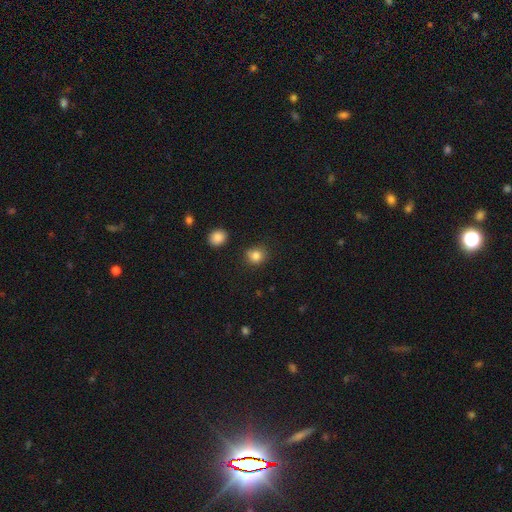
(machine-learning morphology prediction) This is clearly a smooth galaxy (84%). How rounded: clearly round (83%). Merging: clearly none (85%).